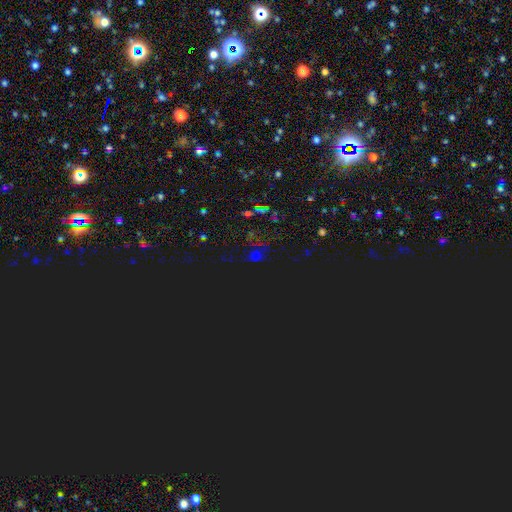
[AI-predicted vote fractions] Smooth or featured?
  - star or artifact: 70% *
  - smooth: 22%
  - featured or disk: 8%